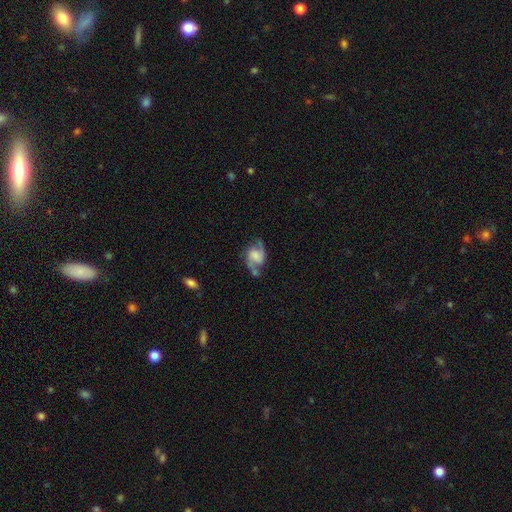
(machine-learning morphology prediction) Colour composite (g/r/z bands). It shows a featured or disk galaxy (70%) with no bar (54%), 2 (89%) loose (47%) spiral arms (90%) and no central bulge (29%). Merging: none (55%).